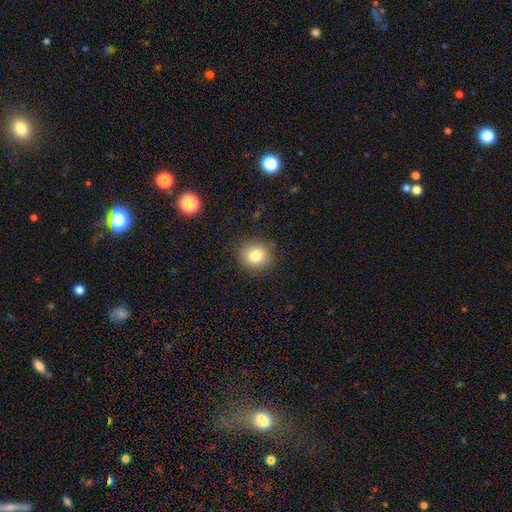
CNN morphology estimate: smooth 82%, star or artifact 11%, featured or disk 8%. Down the decision tree: how rounded — round (84%); merging — none (87%).